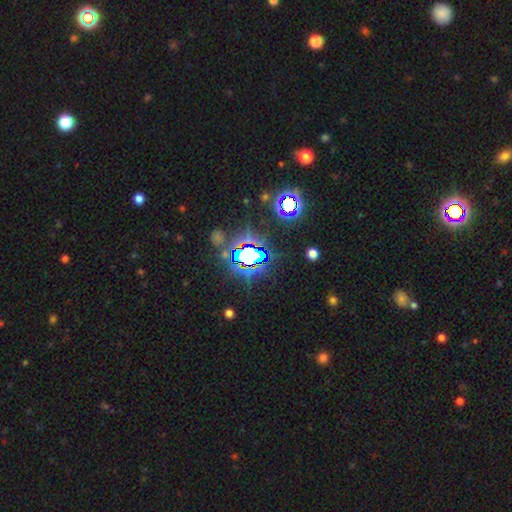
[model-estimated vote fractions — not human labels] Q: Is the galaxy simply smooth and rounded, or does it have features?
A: star or artifact — 76%.